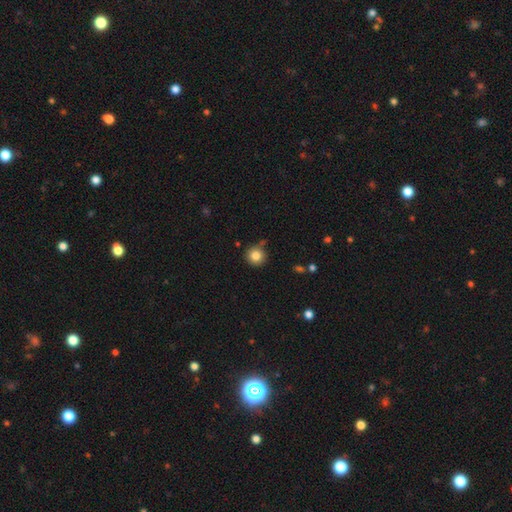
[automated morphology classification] A smooth galaxy with no disk features (82%) that is round (94%). Merging: none (81%).